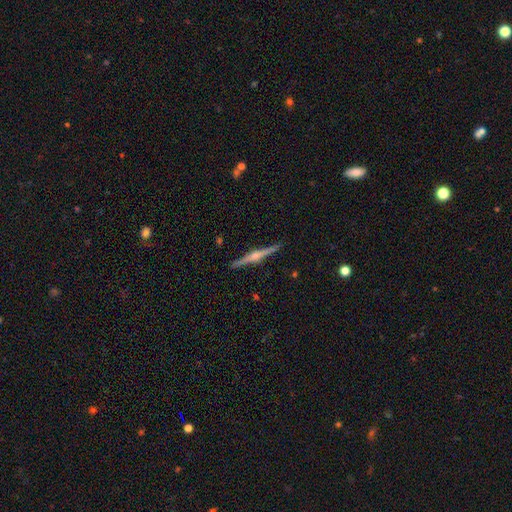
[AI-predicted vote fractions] A featured or disk galaxy (82%) viewed edge-on (99%) with a rounded central bulge (88%).

Vote fractions:
- Smooth or featured? featured or disk: 82% / smooth: 13% / star or artifact: 6%
- Edge-on disk? yes: 99% / no: 1%
- Edge-on bulge? rounded: 88% / boxy: 7% / none: 5%
- Merging? none: 92% / minor disturbance: 6% / major disturbance: 1% / merger: 1%